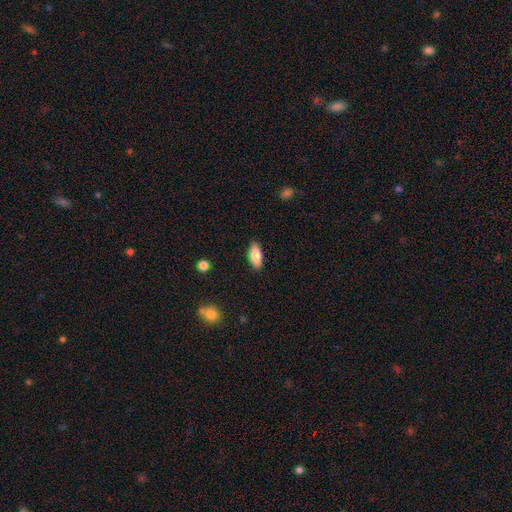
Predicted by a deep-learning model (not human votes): Smooth or featured?
  - smooth: 80% *
  - featured or disk: 14%
  - star or artifact: 7%
How rounded?
  - in between: 85% *
  - cigar-shaped: 13%
  - round: 3%
Merging?
  - none: 88% *
  - minor disturbance: 9%
  - major disturbance: 2%
  - merger: 1%